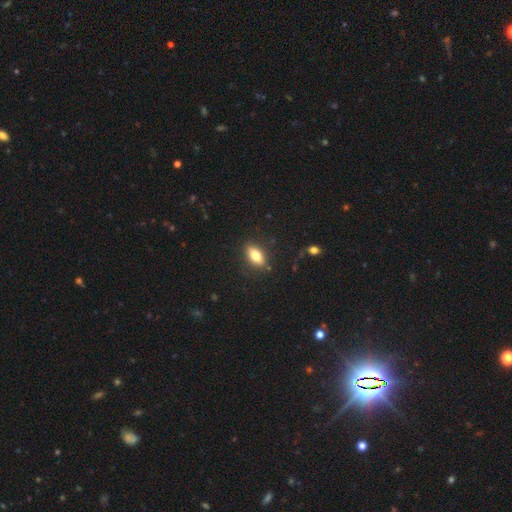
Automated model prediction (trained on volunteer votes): smooth-or-featured: smooth: 76% | featured or disk: 16% | star or artifact: 8%
  how-rounded: in between: 86% | cigar-shaped: 8% | round: 6%
  merging: none: 86% | minor disturbance: 10% | major disturbance: 3% | merger: 2%